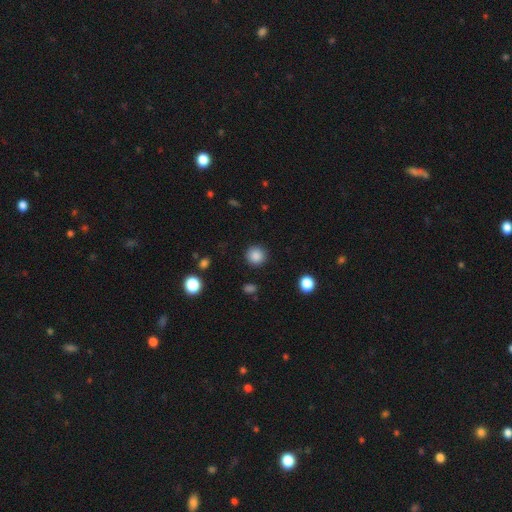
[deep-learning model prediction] Morphology: type=smooth (87%); roundness=round (93%); merging=none (91%).